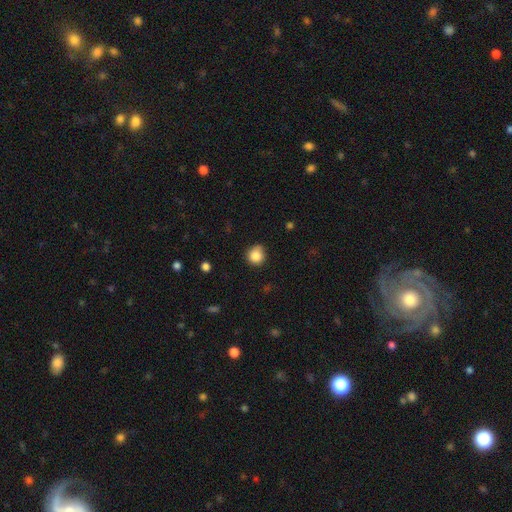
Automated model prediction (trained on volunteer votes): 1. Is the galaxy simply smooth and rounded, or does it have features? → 86% smooth, 10% star or artifact, 5% featured or disk.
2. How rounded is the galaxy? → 88% round, 11% in between, 1% cigar-shaped.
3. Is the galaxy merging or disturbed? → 74% none, 21% minor disturbance, 4% major disturbance, 2% merger.